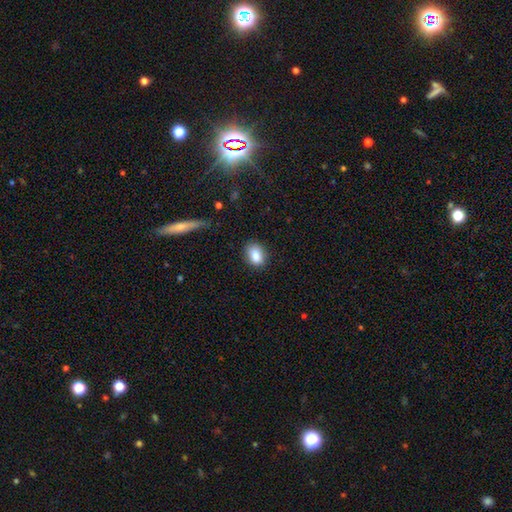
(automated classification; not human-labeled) The model was most divided on "how rounded": in between: 71%, round: 28%, cigar-shaped: 2%. More confident: smooth or featured — smooth (85%); merging — none (80%).